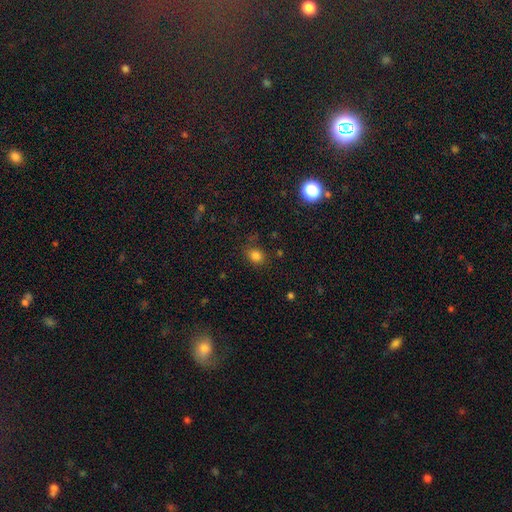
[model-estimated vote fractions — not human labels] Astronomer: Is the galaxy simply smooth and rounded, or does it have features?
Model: smooth — 80%.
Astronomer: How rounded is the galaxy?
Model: round — 59% (runner-up: in between, 40%).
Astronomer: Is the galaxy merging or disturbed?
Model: none — 78%.